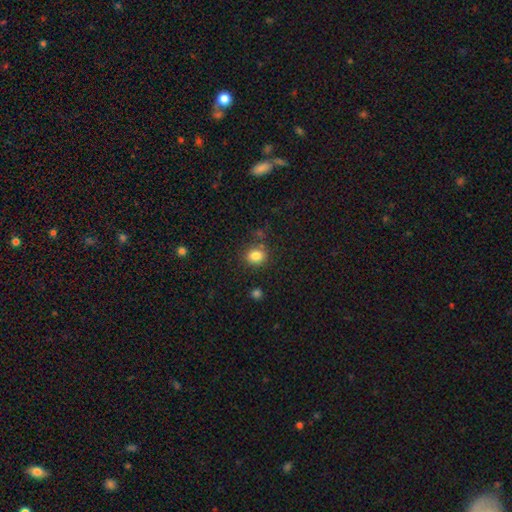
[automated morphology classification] Smooth or featured? smooth (84%)
How rounded? round (60%)
Merging? none (78%)